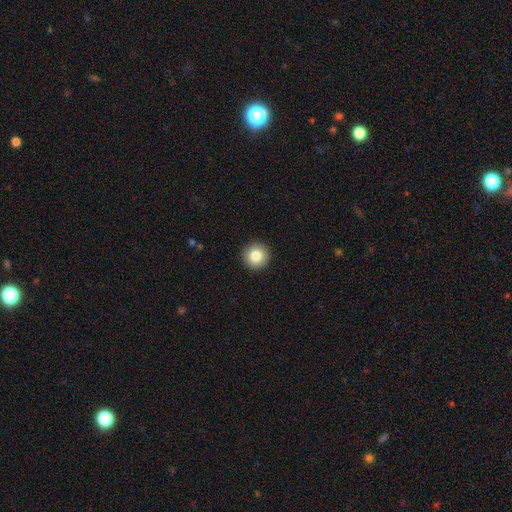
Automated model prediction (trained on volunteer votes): Q: Smooth or featured?
A: smooth (83%); runner-up: star or artifact (9%)
Q: How rounded?
A: round (96%); runner-up: in between (3%)
Q: Merging?
A: none (93%); runner-up: minor disturbance (4%)